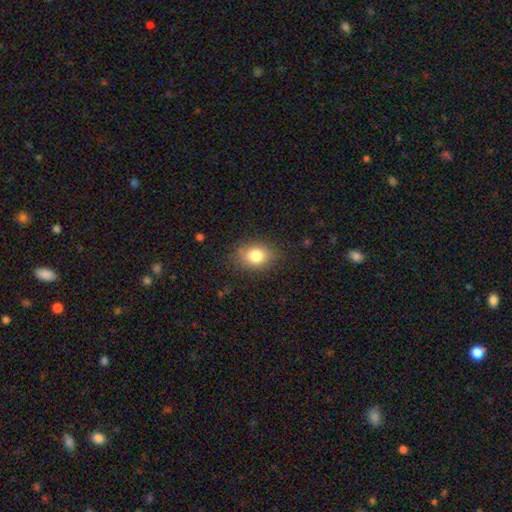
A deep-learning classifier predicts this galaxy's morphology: Smooth or featured: smooth — 81% (star or artifact — 10%)
How rounded: in between — 65% (round — 34%)
Merging: none — 82% (minor disturbance — 13%)